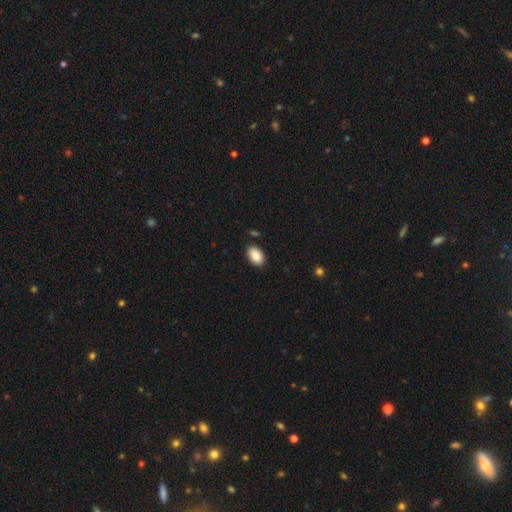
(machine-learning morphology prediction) smooth 89%, star or artifact 7%, featured or disk 4%. Down the decision tree: how rounded — in between (89%); merging — none (87%).